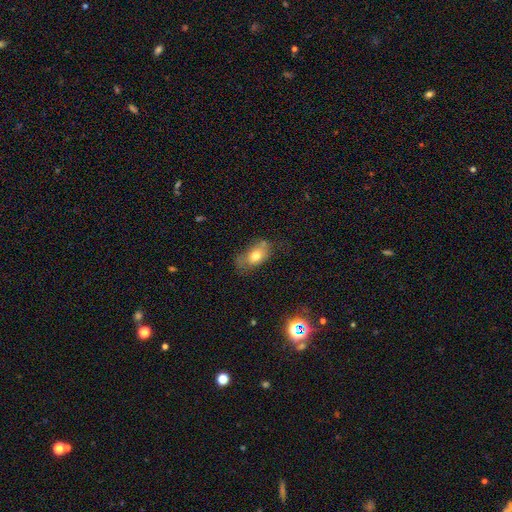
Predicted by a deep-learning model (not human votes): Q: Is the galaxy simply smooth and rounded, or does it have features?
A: smooth — 69%.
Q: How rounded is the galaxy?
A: in between — 87%.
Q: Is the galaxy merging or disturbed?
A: none — 50%.